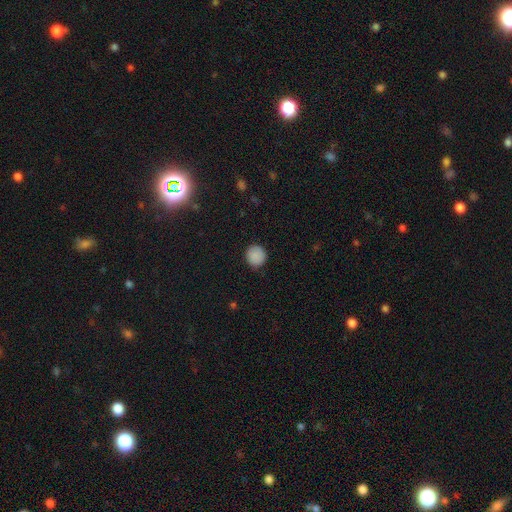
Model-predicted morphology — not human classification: A smooth galaxy with no disk features (88%) that is round (91%).

Vote fractions:
- Smooth or featured? smooth: 88% / star or artifact: 9% / featured or disk: 3%
- How rounded? round: 91% / in between: 8% / cigar-shaped: 1%
- Merging? none: 89% / minor disturbance: 8% / major disturbance: 2% / merger: 1%